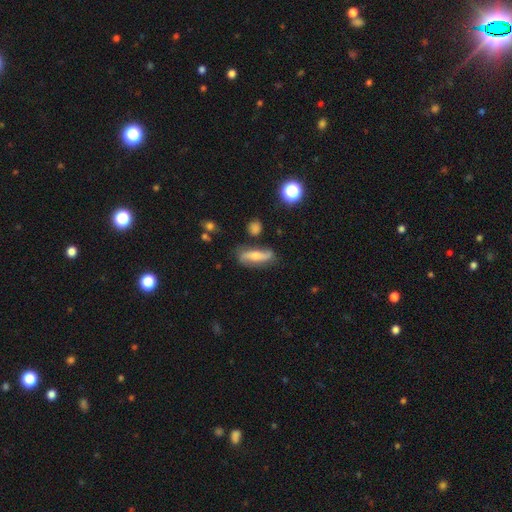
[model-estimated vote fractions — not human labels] This appears to be a featured or disk galaxy (62%). Merging: none (74%).